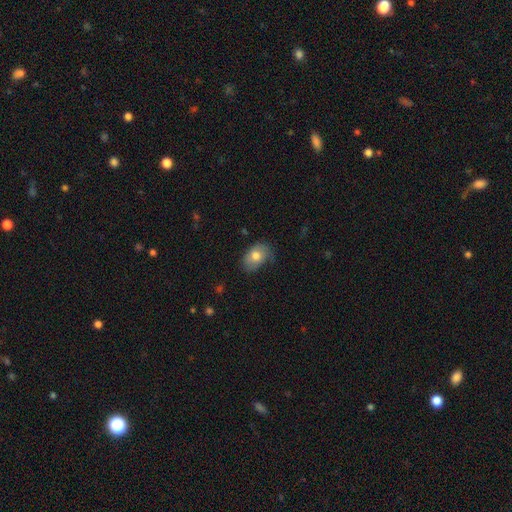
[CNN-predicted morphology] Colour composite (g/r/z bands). It shows a smooth galaxy with no disk features (75%) that is in between round and cigar-shaped (83%). Merging: none (59%).